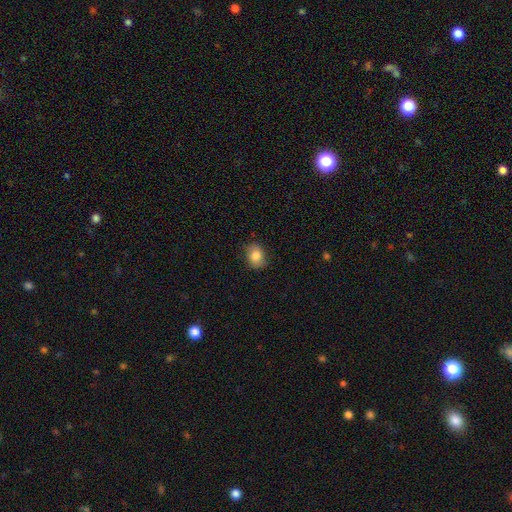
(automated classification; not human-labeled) smooth_or_featured: smooth (p=0.82) [alt: featured or disk p=0.09]
how_rounded: in between (p=0.50) [alt: round p=0.49]
merging: none (p=0.80) [alt: minor disturbance p=0.15]